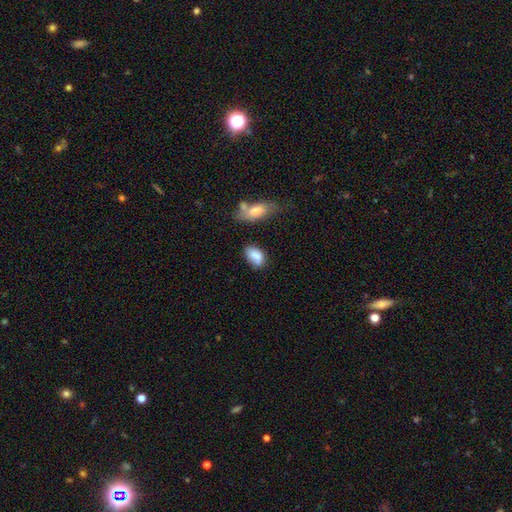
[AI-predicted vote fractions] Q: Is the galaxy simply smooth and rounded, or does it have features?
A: smooth — 79%.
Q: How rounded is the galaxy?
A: in between — 88%.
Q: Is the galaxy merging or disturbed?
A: none — 46%.